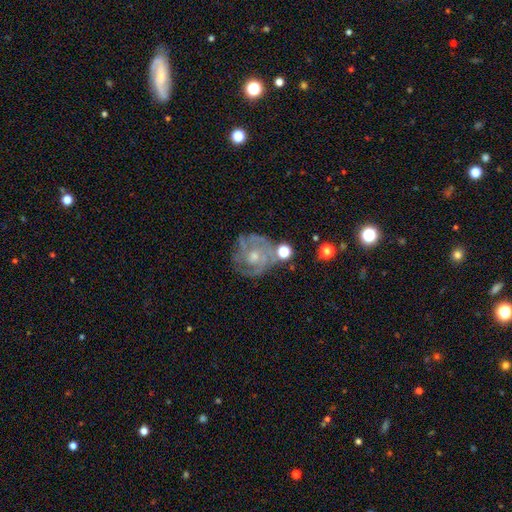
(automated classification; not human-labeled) Smooth or featured? Predicted: featured or disk (p=0.75). Edge-on disk? Predicted: no (p=0.98). Bar? Predicted: no (p=0.80). Spiral arms? Predicted: yes (p=0.79). Spiral winding? Predicted: tight (p=0.59). Spiral arm count? Predicted: can't tell (p=0.44). Bulge size? Predicted: small (p=0.50). Merging? Predicted: none (p=0.58).